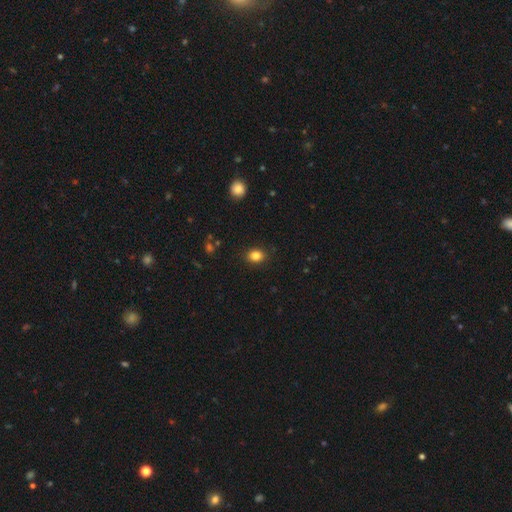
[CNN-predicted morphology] This appears to be a smooth galaxy with no disk features (84%) that is in between round and cigar-shaped (53%). Merging: none (89%).